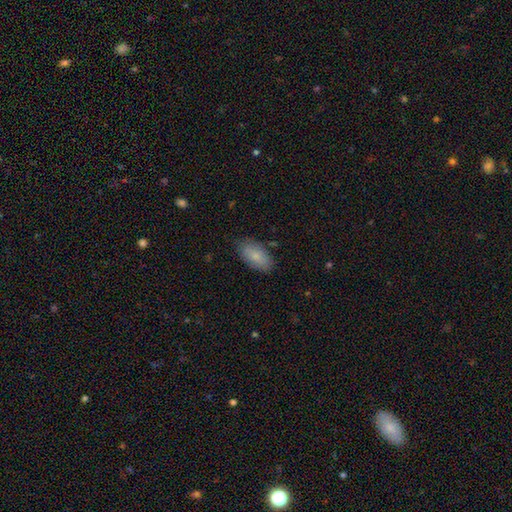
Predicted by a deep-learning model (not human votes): Smooth or featured?
  - smooth: 84% *
  - featured or disk: 9%
  - star or artifact: 6%
How rounded?
  - in between: 93% *
  - cigar-shaped: 4%
  - round: 3%
Merging?
  - none: 83% *
  - minor disturbance: 13%
  - major disturbance: 3%
  - merger: 1%